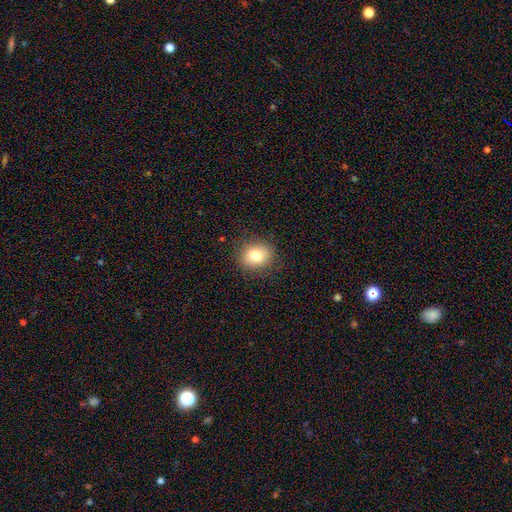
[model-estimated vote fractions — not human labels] Q: Smooth or featured?
A: smooth (79%); runner-up: star or artifact (11%)
Q: How rounded?
A: round (69%); runner-up: in between (30%)
Q: Merging?
A: none (87%); runner-up: minor disturbance (9%)